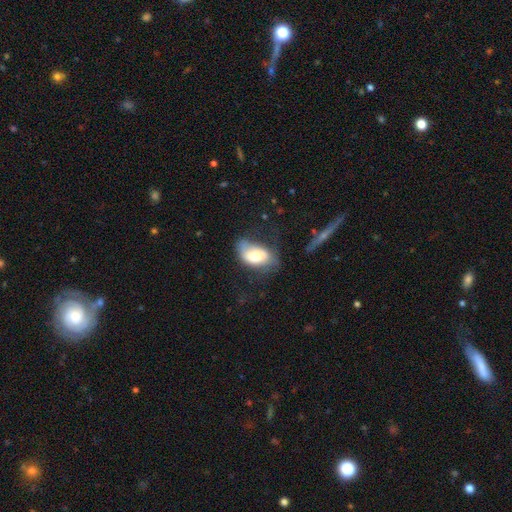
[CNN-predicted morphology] Smooth or featured?
  - smooth: 59% *
  - featured or disk: 33%
  - star or artifact: 8%
How rounded?
  - in between: 90% *
  - round: 8%
  - cigar-shaped: 2%
Merging?
  - none: 40% *
  - minor disturbance: 32%
  - major disturbance: 24%
  - merger: 4%